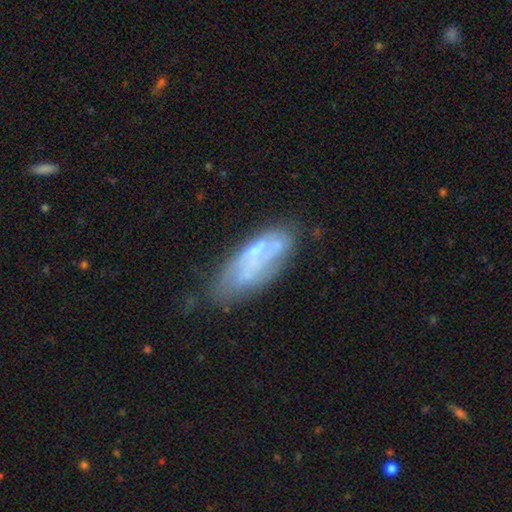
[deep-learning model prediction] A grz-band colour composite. It shows a featured or disk galaxy (53%). Merging: none (51%).